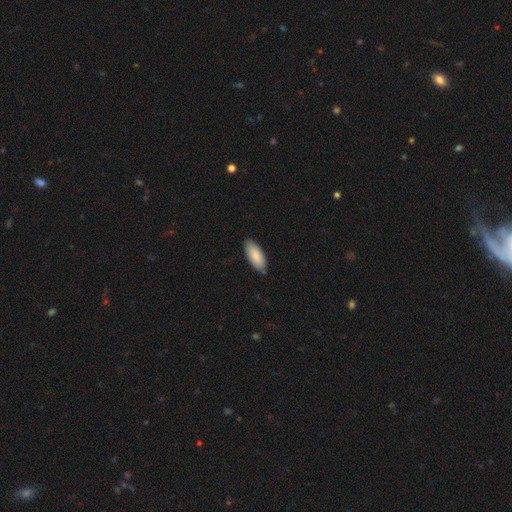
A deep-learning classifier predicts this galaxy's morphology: Smooth or featured? smooth (86%)
How rounded? in between (86%)
Merging? none (81%)